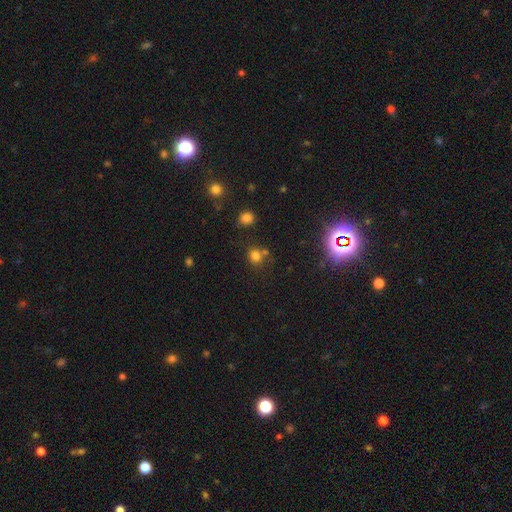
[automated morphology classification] Smooth or featured? Predicted: smooth (p=0.73). How rounded? Predicted: round (p=0.83). Merging? Predicted: none (p=0.65).